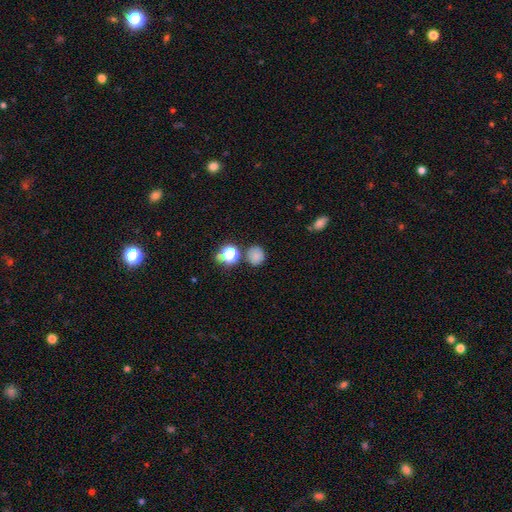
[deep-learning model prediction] This appears to be a smooth galaxy with no disk features (76%) that is round (85%). Merging: none (76%).